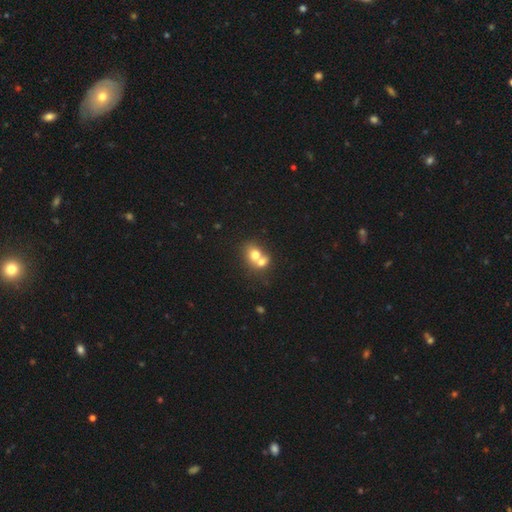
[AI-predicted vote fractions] A smooth galaxy with no disk features (70%) that is round (54%).

Vote fractions:
- Smooth or featured? smooth: 70% / featured or disk: 20% / star or artifact: 11%
- How rounded? round: 54% / in between: 45% / cigar-shaped: 1%
- Merging? merger: 67% / none: 24% / minor disturbance: 6% / major disturbance: 3%